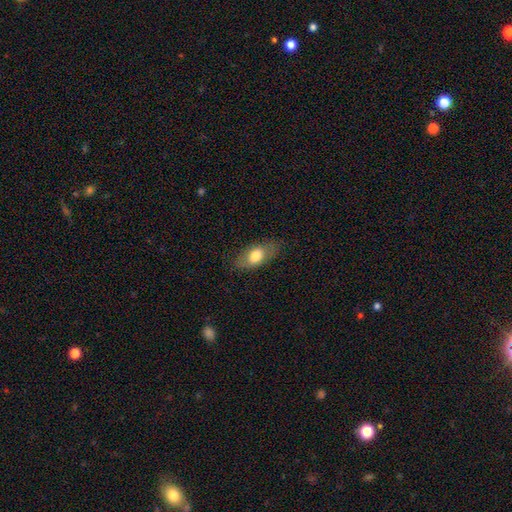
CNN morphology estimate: smooth_or_featured: smooth (p=0.72) [alt: featured or disk p=0.21]
how_rounded: in between (p=0.86) [alt: cigar-shaped p=0.09]
merging: none (p=0.79) [alt: minor disturbance p=0.15]